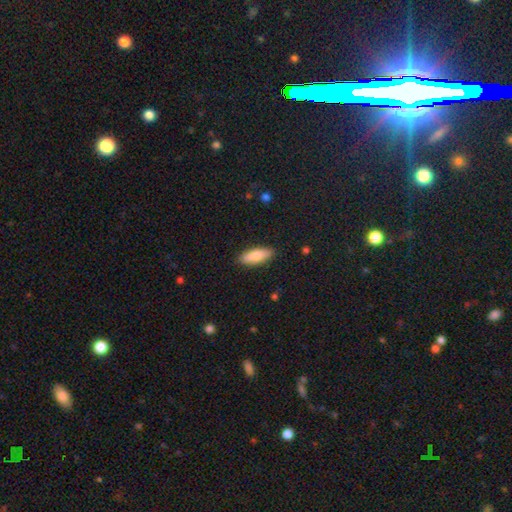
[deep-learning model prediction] Overall: smooth (80%). How rounded: in between (68%; cigar-shaped 30%). Merging: none (88%).